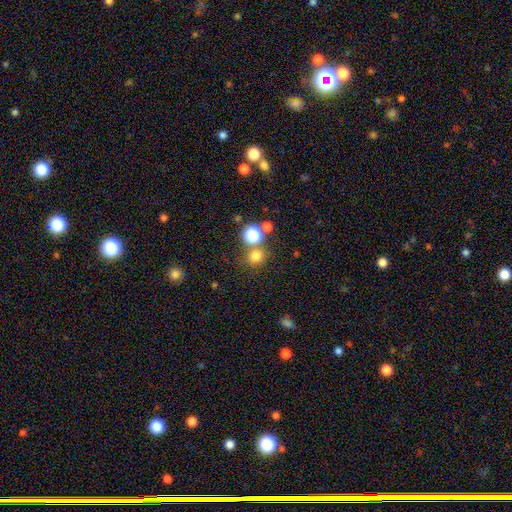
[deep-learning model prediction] The model was most divided on "smooth or featured": smooth: 72%, star or artifact: 21%, featured or disk: 7%. More confident: how rounded — round (87%); merging — none (71%).